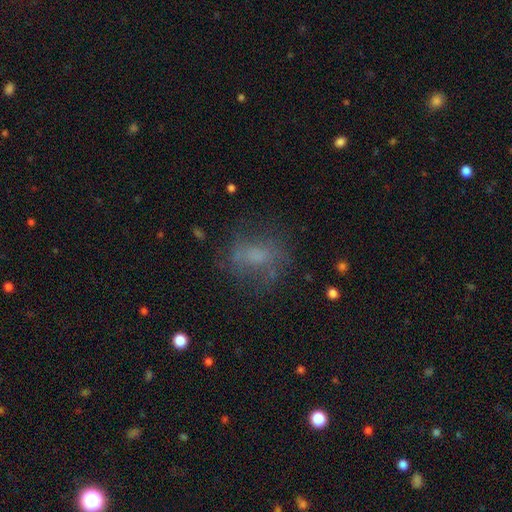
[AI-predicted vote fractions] A smooth galaxy with no disk features (48%).

Vote fractions:
- Smooth or featured? smooth: 48% / featured or disk: 34% / star or artifact: 17%
- Merging? none: 60% / minor disturbance: 19% / major disturbance: 18% / merger: 2%